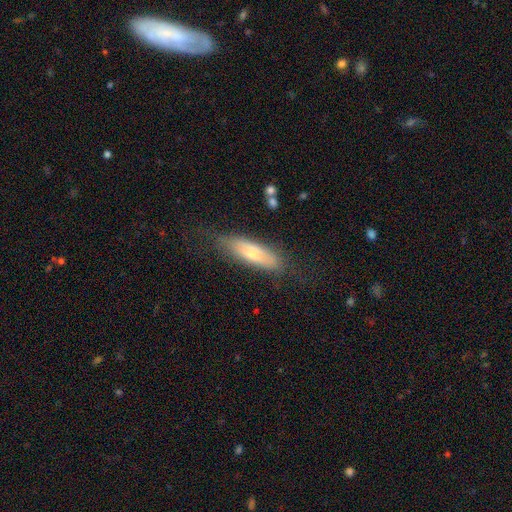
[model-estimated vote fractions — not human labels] Overall: smooth (66%; featured or disk 27%). How rounded: cigar-shaped (52%; in between 46%). Merging: none (73%).